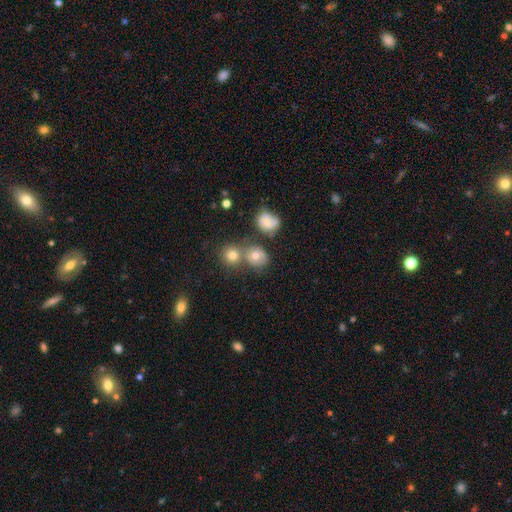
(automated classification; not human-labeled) Smooth or featured? smooth (69%)
How rounded? round (69%)
Merging? none (51%)